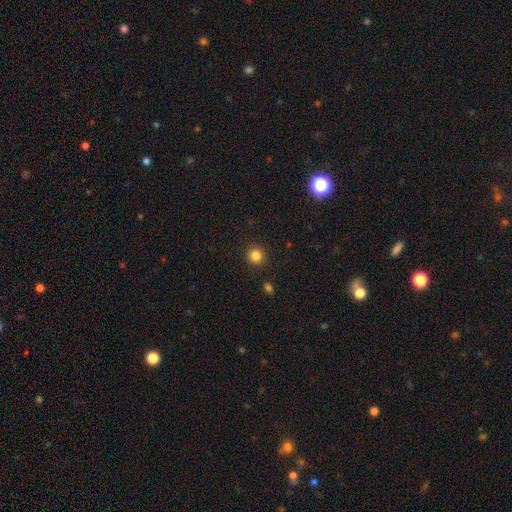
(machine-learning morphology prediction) This appears to be a smooth galaxy with no disk features (84%) that is round (92%). Merging: none (91%).